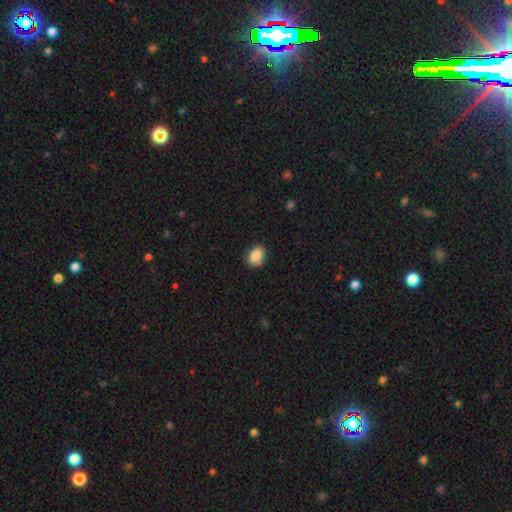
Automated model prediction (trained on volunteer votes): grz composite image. It shows a smooth galaxy with no disk features (87%) that is in between round and cigar-shaped (61%). Merging: none (80%).